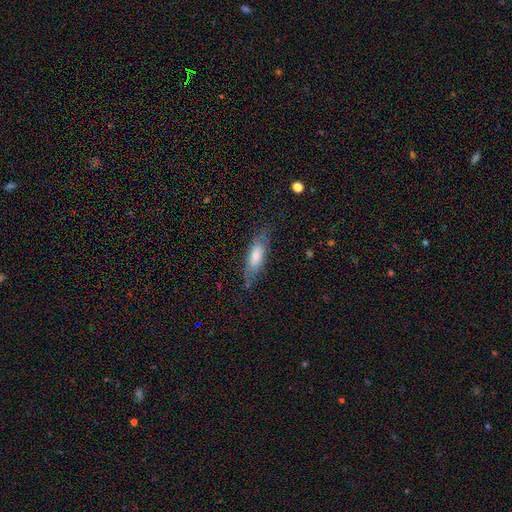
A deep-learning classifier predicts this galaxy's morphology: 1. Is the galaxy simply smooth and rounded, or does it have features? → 56% smooth, 37% featured or disk, 7% star or artifact.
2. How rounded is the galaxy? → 49% in between (tied), 49% cigar-shaped (tied), 2% round.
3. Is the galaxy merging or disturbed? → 74% none, 19% minor disturbance, 6% major disturbance, 2% merger.